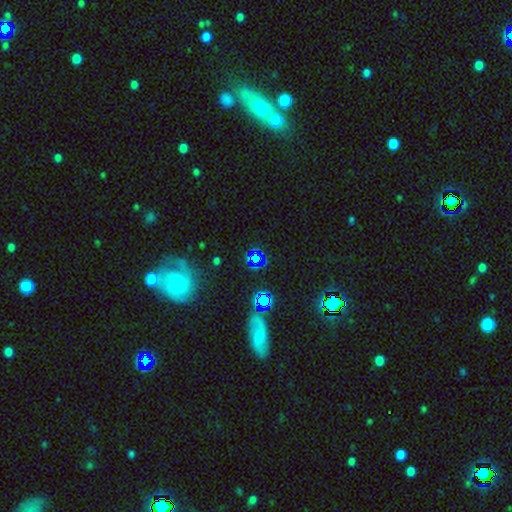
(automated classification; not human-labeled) A star or artifact, not a galaxy (67%).

Vote fractions:
- Smooth or featured? star or artifact: 67% / smooth: 24% / featured or disk: 9%